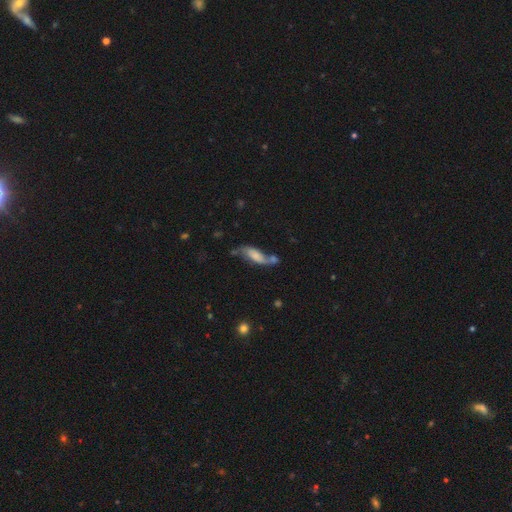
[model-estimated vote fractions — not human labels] Morphology: type=smooth (51%); roundness=in between (56%); merging=none (40%).